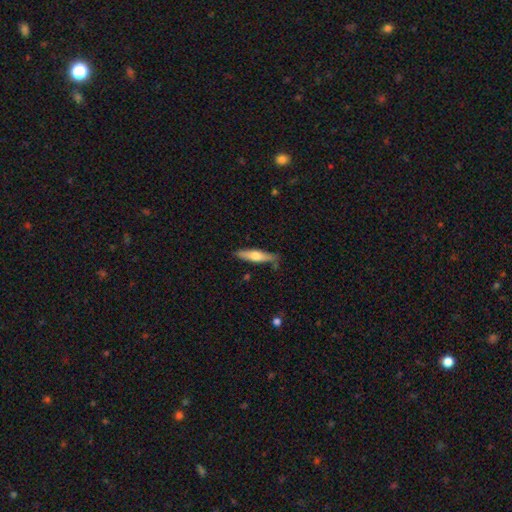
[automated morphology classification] Smooth or featured: smooth — 52% (featured or disk — 43%)
How rounded: cigar-shaped — 77% (in between — 21%)
Merging: none — 80% (minor disturbance — 14%)